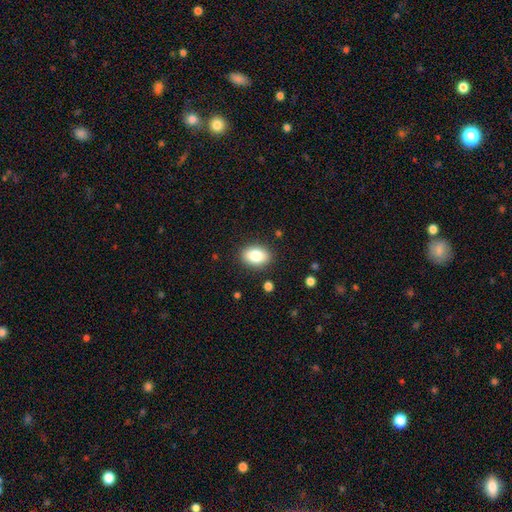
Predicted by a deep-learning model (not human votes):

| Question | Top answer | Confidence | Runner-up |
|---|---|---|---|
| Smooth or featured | smooth | 84% | featured or disk (8%) |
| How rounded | in between | 81% | round (17%) |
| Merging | none | 88% | minor disturbance (9%) |